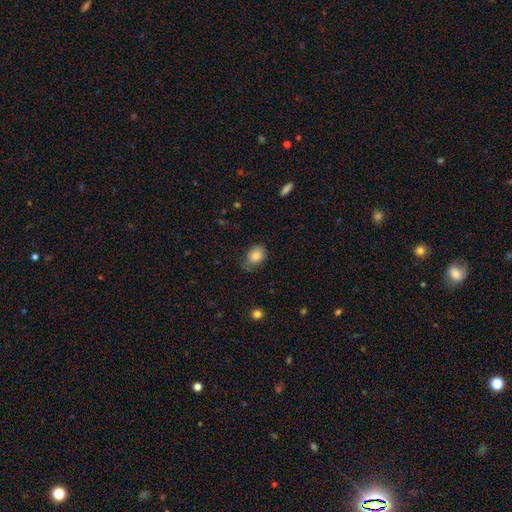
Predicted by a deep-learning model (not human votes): This is clearly a smooth galaxy (84%). How rounded: likely in between (64%). Merging: likely none (67%).